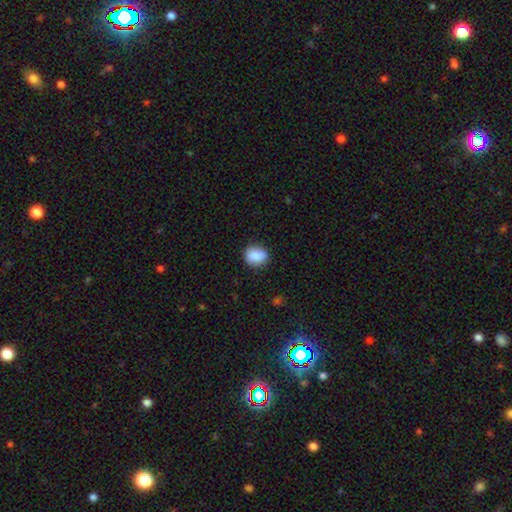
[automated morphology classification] smooth-or-featured: smooth: 86% | star or artifact: 8% | featured or disk: 6%
  how-rounded: round: 59% | in between: 40% | cigar-shaped: 1%
  merging: none: 82% | minor disturbance: 14% | major disturbance: 3% | merger: 1%